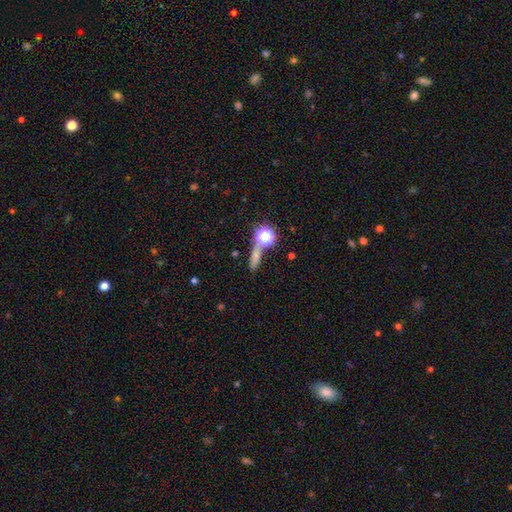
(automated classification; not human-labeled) smooth-or-featured: smooth: 64% | star or artifact: 24% | featured or disk: 13%
  how-rounded: cigar-shaped: 55% | in between: 24% | round: 21%
  merging: none: 66% | merger: 17% | minor disturbance: 11% | major disturbance: 6%